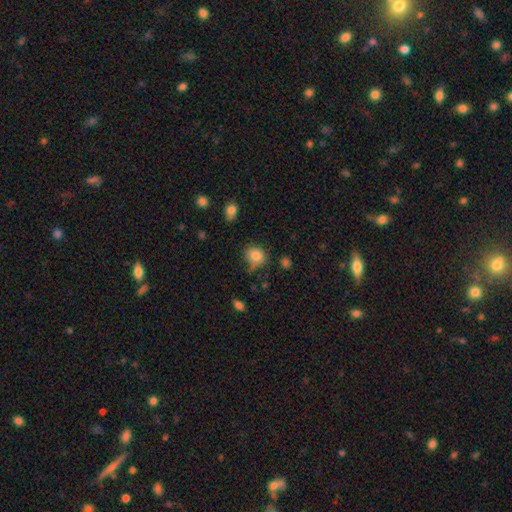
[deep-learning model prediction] This is clearly a smooth galaxy (82%). How rounded: likely round (69%). Merging: likely none (61%).